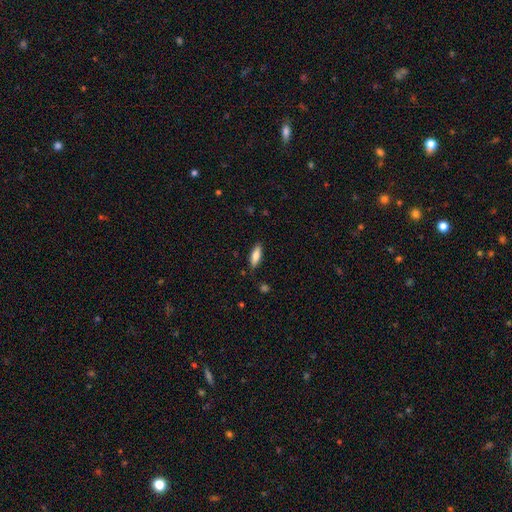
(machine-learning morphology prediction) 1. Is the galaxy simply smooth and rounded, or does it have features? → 81% smooth, 13% featured or disk, 6% star or artifact.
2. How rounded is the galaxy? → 59% in between, 39% cigar-shaped, 2% round.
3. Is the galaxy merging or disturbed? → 84% none, 12% minor disturbance, 2% major disturbance, 1% merger.